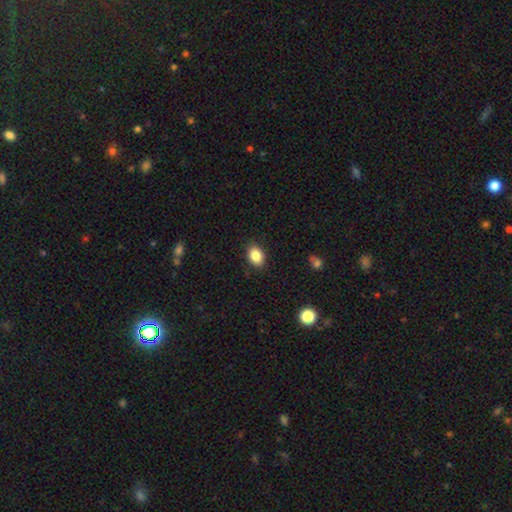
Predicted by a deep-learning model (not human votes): This appears to be a smooth galaxy with no disk features (86%) that is in between round and cigar-shaped (79%). Merging: none (88%).